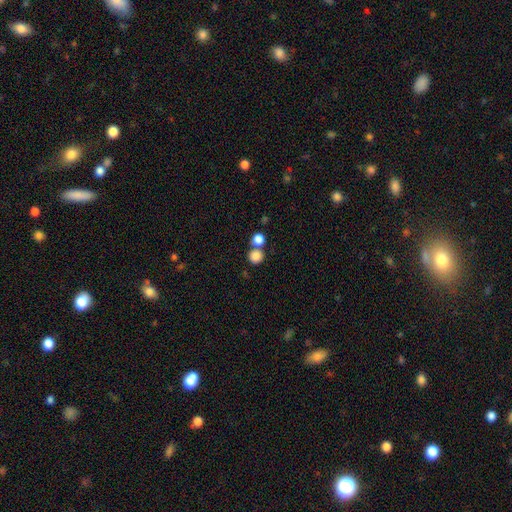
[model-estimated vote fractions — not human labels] This is clearly a smooth galaxy (84%). How rounded: clearly round (89%). Merging: possibly none (59%).